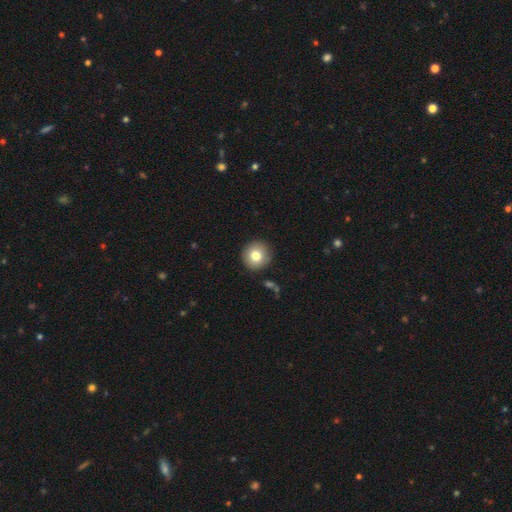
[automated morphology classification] This appears to be a smooth galaxy with no disk features (79%) that is round (93%). Merging: none (90%).